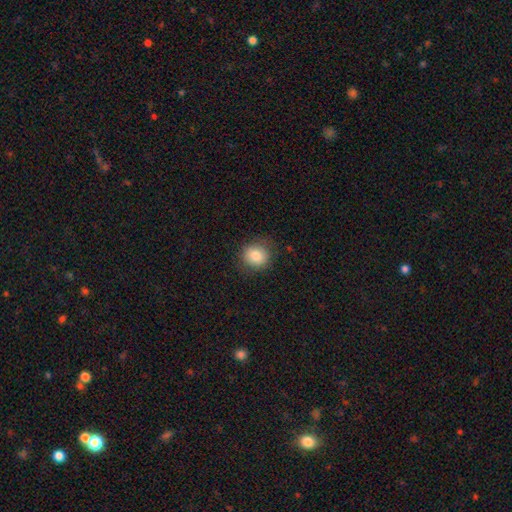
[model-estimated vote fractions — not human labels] Morphology: type=smooth (84%); roundness=round (80%); merging=none (83%).